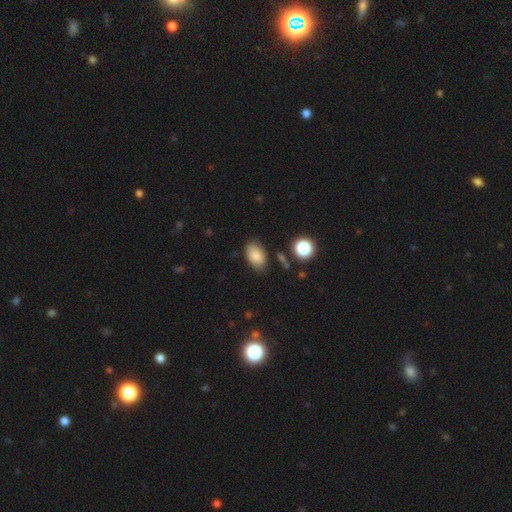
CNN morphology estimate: Smooth or featured? Predicted: smooth (p=0.83). How rounded? Predicted: in between (p=0.89). Merging? Predicted: none (p=0.74).